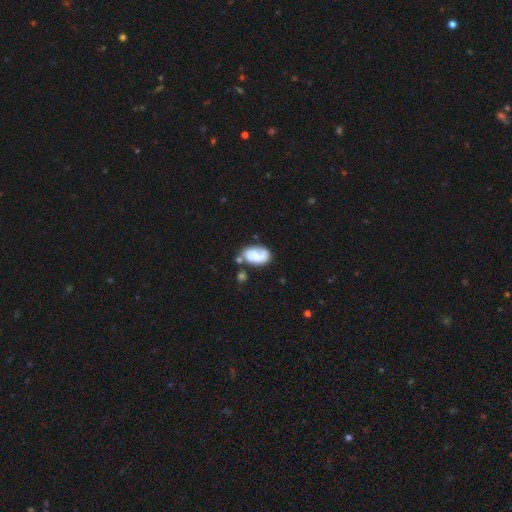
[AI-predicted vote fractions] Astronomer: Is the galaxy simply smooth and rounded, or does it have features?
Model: smooth — 53% (runner-up: featured or disk, 39%).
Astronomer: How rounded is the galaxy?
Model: in between — 90%.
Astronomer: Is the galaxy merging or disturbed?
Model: none — 46% (runner-up: minor disturbance, 23%).